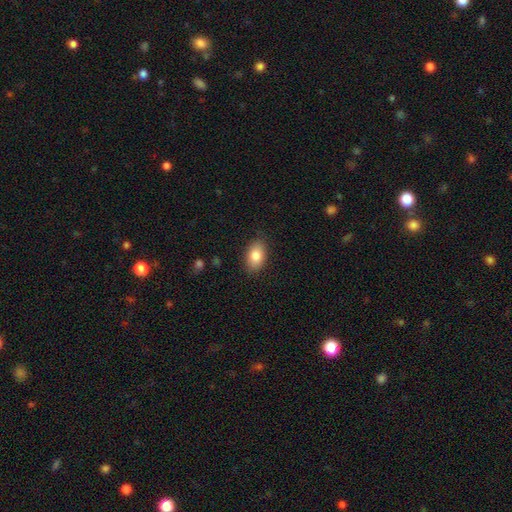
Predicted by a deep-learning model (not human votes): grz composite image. It shows a smooth galaxy with no disk features (84%) that is in between round and cigar-shaped (90%). Merging: none (85%).